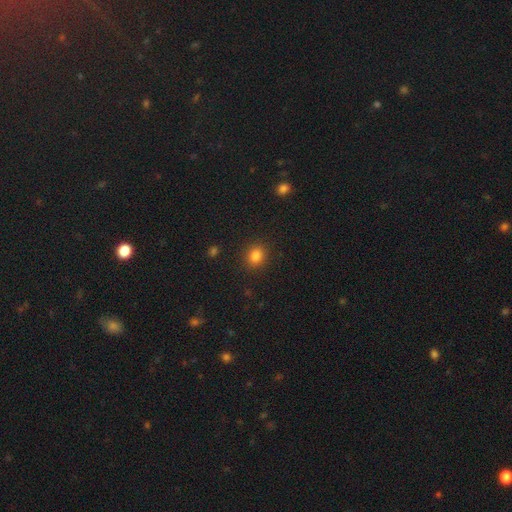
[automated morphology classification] Smooth or featured? smooth (83%)
How rounded? round (61%)
Merging? none (89%)